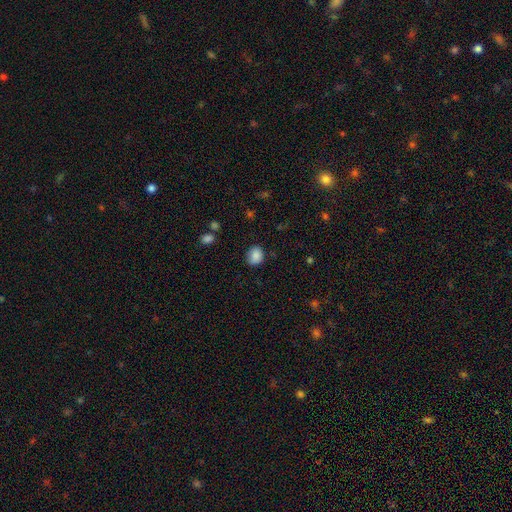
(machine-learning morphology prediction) Q: Smooth or featured?
A: smooth (87%); runner-up: star or artifact (9%)
Q: How rounded?
A: round (59%); runner-up: in between (40%)
Q: Merging?
A: none (81%); runner-up: minor disturbance (14%)